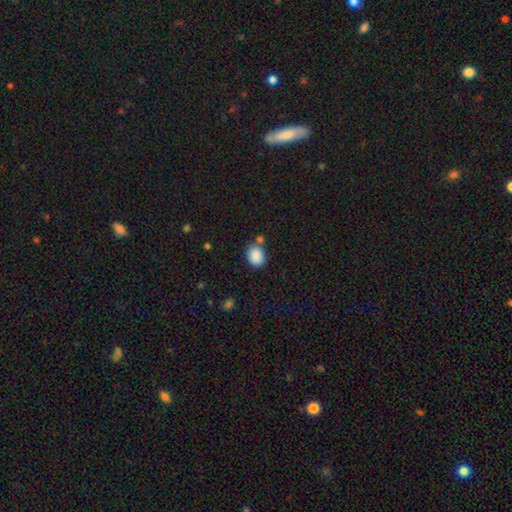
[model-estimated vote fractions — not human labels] Smooth or featured? Predicted: smooth (p=0.88). How rounded? Predicted: in between (p=0.56). Merging? Predicted: none (p=0.70).